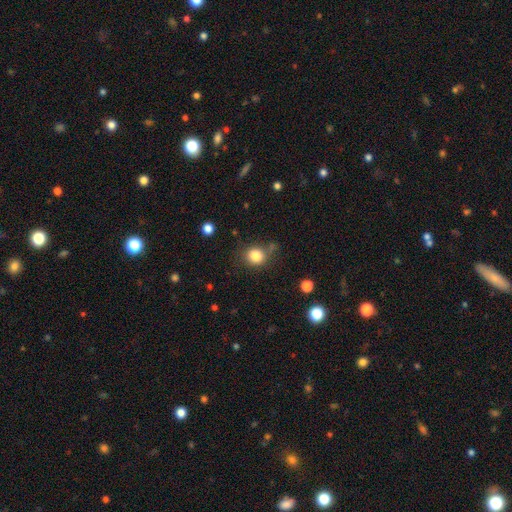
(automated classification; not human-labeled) A smooth galaxy with no disk features (83%) that is round (77%).

Vote fractions:
- Smooth or featured? smooth: 83% / star or artifact: 11% / featured or disk: 6%
- How rounded? round: 77% / in between: 22% / cigar-shaped: 1%
- Merging? none: 72% / minor disturbance: 15% / merger: 6% / major disturbance: 6%